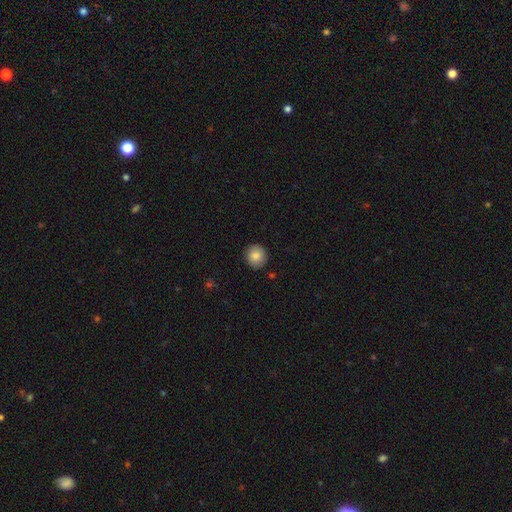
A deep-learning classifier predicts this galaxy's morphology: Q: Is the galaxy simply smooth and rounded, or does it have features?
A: smooth — 86%.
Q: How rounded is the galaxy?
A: round — 89%.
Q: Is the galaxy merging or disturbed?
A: none — 90%.